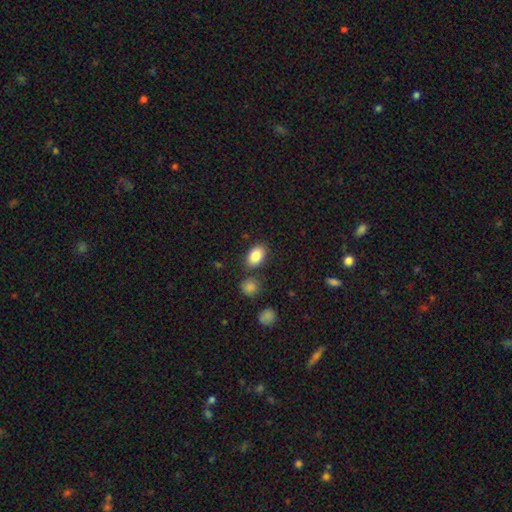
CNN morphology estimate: A smooth galaxy with no disk features (86%) that is in between round and cigar-shaped (87%).

Vote fractions:
- Smooth or featured? smooth: 86% / star or artifact: 8% / featured or disk: 7%
- How rounded? in between: 87% / round: 12% / cigar-shaped: 1%
- Merging? none: 81% / minor disturbance: 11% / merger: 6% / major disturbance: 3%